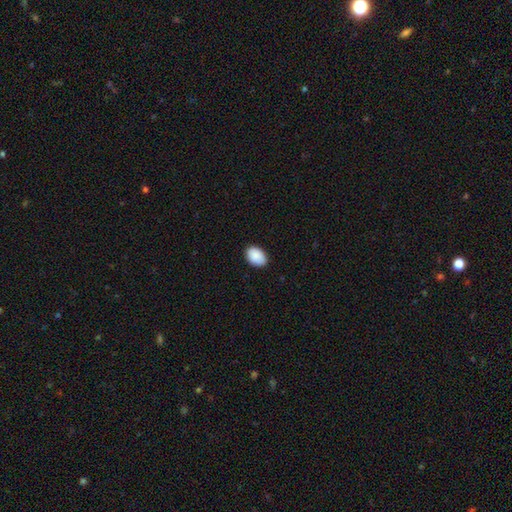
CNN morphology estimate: Smooth or featured?
  - smooth: 90% *
  - star or artifact: 7%
  - featured or disk: 3%
How rounded?
  - in between: 86% *
  - round: 13%
  - cigar-shaped: 1%
Merging?
  - none: 86% *
  - minor disturbance: 11%
  - major disturbance: 2%
  - merger: 1%